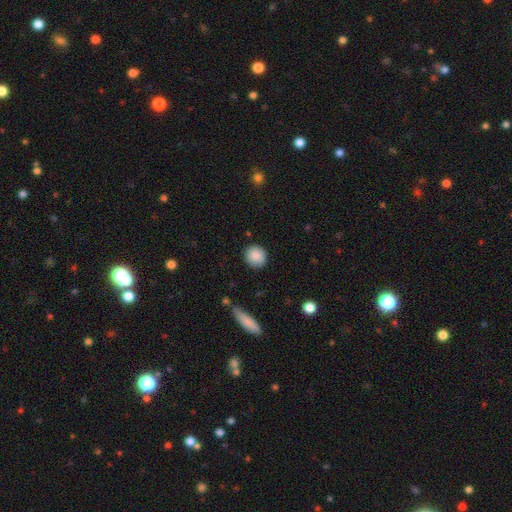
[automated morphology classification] Smooth or featured? smooth (87%)
How rounded? round (88%)
Merging? none (87%)